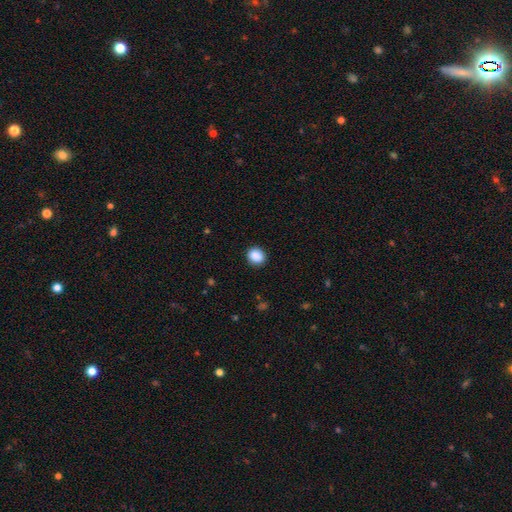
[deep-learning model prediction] Smooth or featured? smooth (88%)
How rounded? round (79%)
Merging? none (89%)